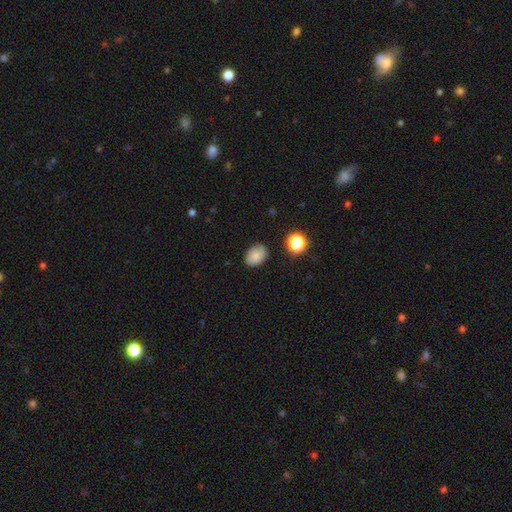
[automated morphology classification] A smooth galaxy with no disk features (81%) that is in between round and cigar-shaped (77%). Merging: none (80%).